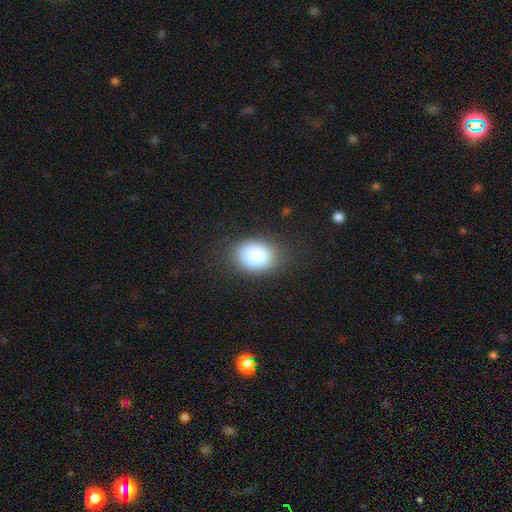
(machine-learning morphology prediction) type=smooth (85%); roundness=in between (67%); merging=none (80%).